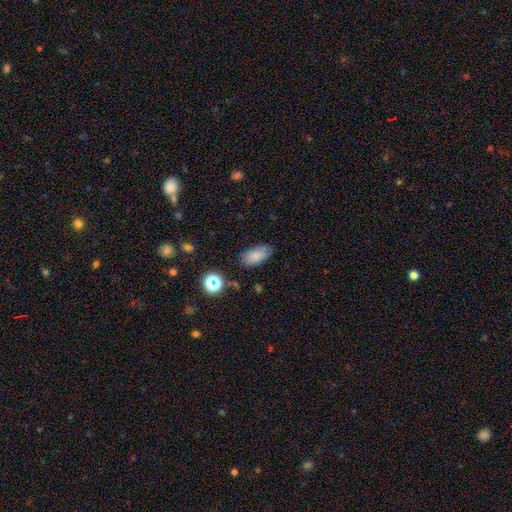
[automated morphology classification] smooth_or_featured: smooth (p=0.80) [alt: star or artifact p=0.11]
how_rounded: in between (p=0.91) [alt: round p=0.06]
merging: none (p=0.78) [alt: minor disturbance p=0.16]